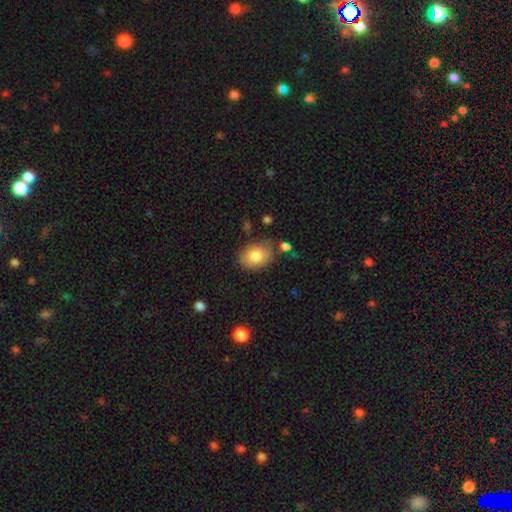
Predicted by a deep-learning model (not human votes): Smooth or featured? Predicted: smooth (p=0.80). How rounded? Predicted: in between (p=0.74). Merging? Predicted: none (p=0.77).